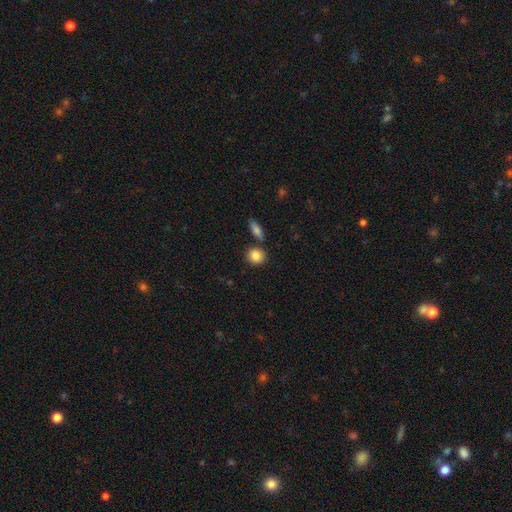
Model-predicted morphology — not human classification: A smooth galaxy with no disk features (87%) that is round (78%).

Vote fractions:
- Smooth or featured? smooth: 87% / star or artifact: 7% / featured or disk: 6%
- How rounded? round: 78% / in between: 21% / cigar-shaped: 2%
- Merging? none: 77% / merger: 11% / minor disturbance: 9% / major disturbance: 3%